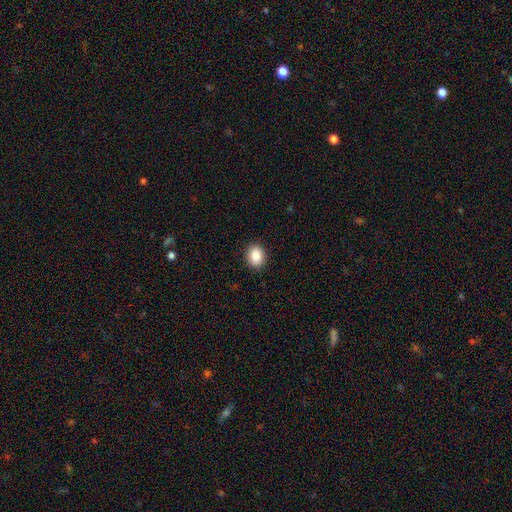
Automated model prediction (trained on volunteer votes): smooth 87%, star or artifact 9%, featured or disk 5%. Down the decision tree: how rounded — round (52%); merging — none (91%).